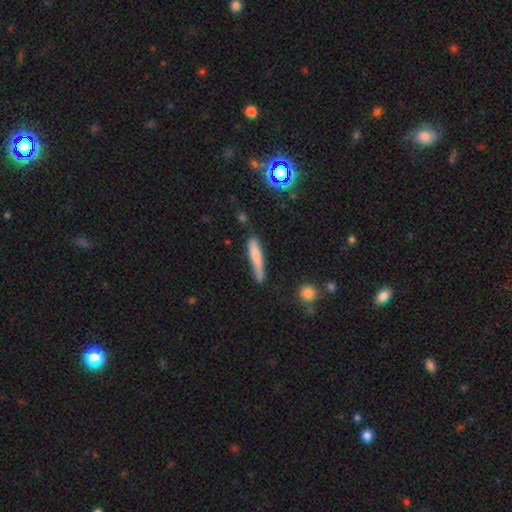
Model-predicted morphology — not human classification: Smooth or featured: smooth — 73% (featured or disk — 20%)
How rounded: cigar-shaped — 90% (in between — 8%)
Merging: none — 61% (minor disturbance — 27%)